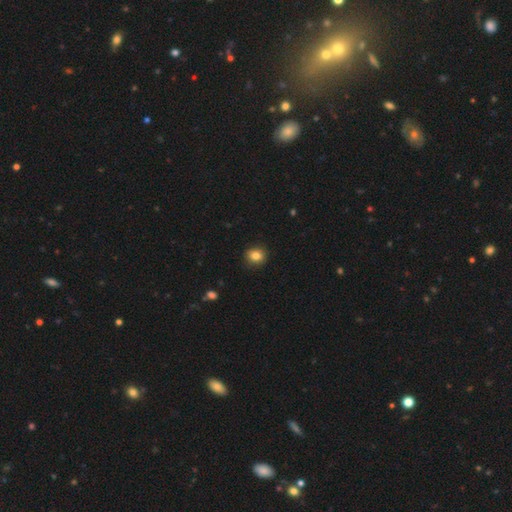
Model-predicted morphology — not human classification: This is clearly a smooth galaxy (83%). How rounded: likely round (66%). Merging: clearly none (84%).